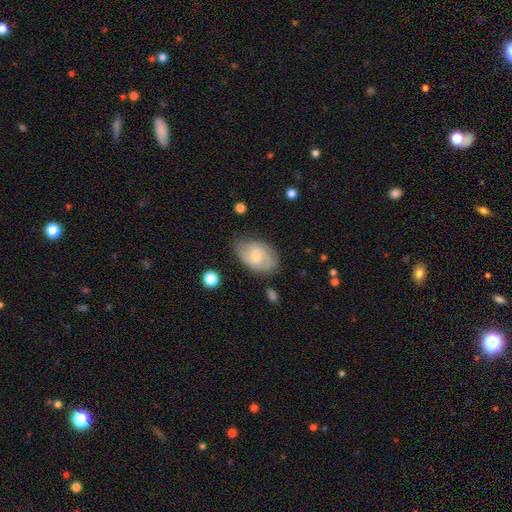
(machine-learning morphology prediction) featured or disk 56%, smooth 37%, star or artifact 6%. Down the decision tree: edge-on disk — no (96%); bar — no (64%); spiral arms — yes (84%); bulge size — small (55%); merging — none (70%).